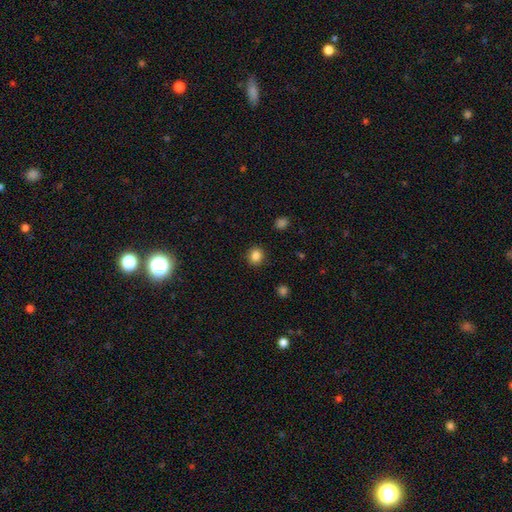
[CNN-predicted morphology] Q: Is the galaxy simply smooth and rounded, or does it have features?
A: smooth — 85%.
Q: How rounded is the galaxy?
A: round — 78%.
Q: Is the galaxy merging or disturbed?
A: none — 90%.